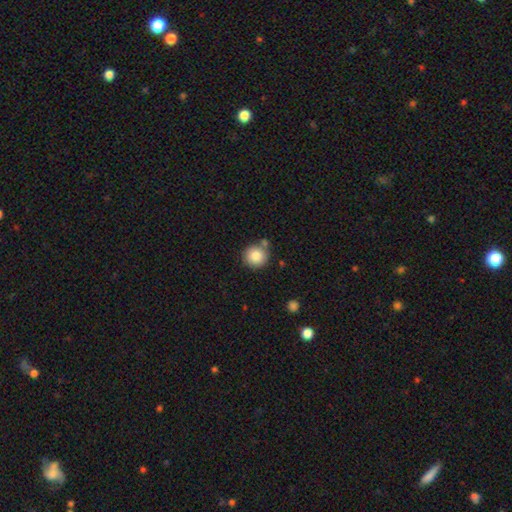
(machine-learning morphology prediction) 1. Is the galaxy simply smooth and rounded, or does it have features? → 83% smooth, 9% star or artifact, 7% featured or disk.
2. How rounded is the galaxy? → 93% round, 6% in between, 1% cigar-shaped.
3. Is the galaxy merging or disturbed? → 72% none, 15% merger, 11% minor disturbance, 3% major disturbance.